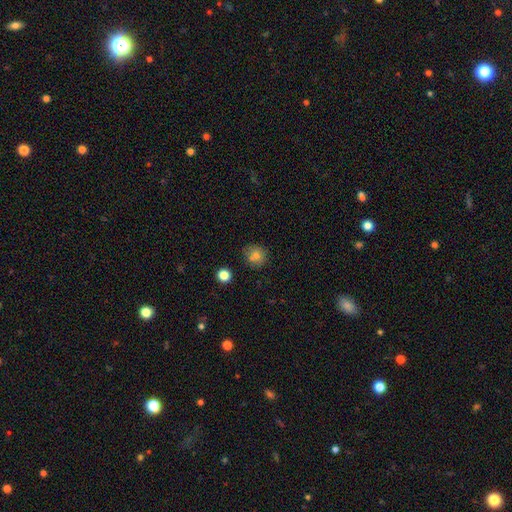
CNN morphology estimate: The model was most divided on "merging": none: 68%, minor disturbance: 14%, merger: 14%, major disturbance: 4%. More confident: how rounded — round (84%); smooth or featured — smooth (76%).